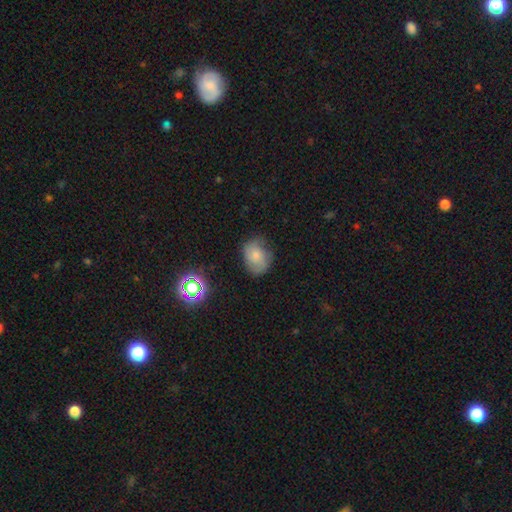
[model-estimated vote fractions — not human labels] This is possibly a smooth galaxy (60%). How rounded: possibly in between (59%). Merging: likely none (63%).